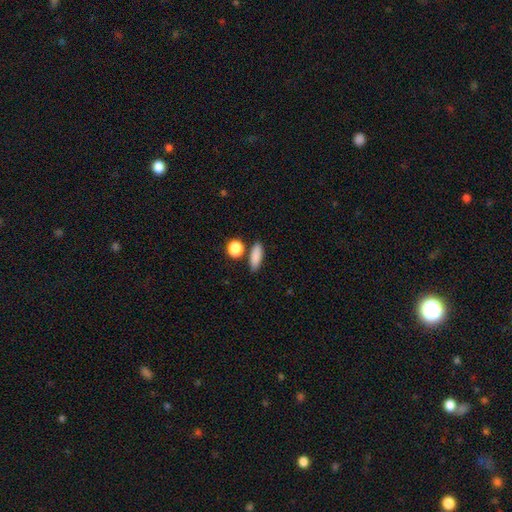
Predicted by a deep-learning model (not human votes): Overall: smooth (87%). How rounded: in between (61%; cigar-shaped 29%). Merging: none (78%).